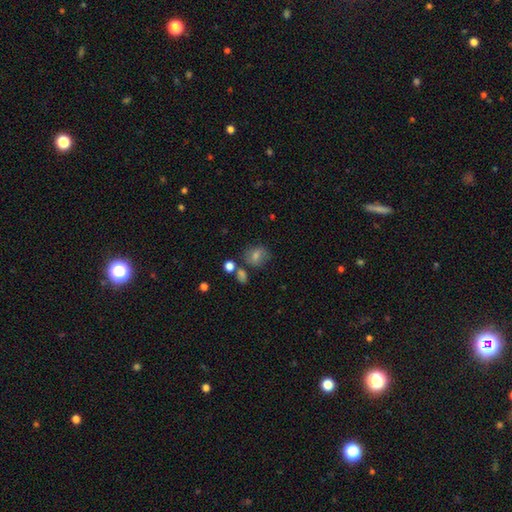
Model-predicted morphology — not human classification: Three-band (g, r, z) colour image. It shows a smooth galaxy with no disk features (56%) that is round (66%). Merging: none (69%).